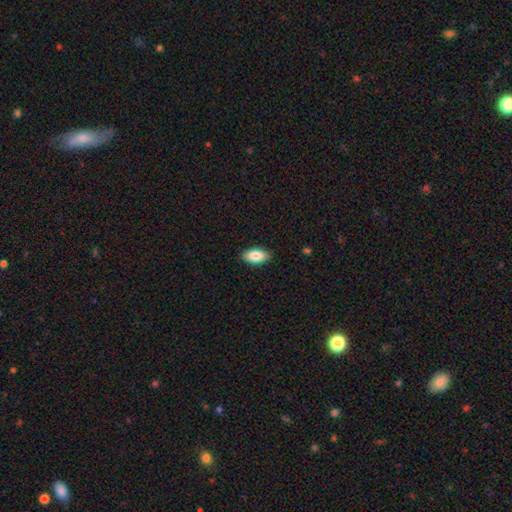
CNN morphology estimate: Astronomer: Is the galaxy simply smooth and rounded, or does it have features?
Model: smooth — 85%.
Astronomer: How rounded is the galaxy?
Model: in between — 93%.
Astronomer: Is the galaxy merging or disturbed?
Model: none — 88%.